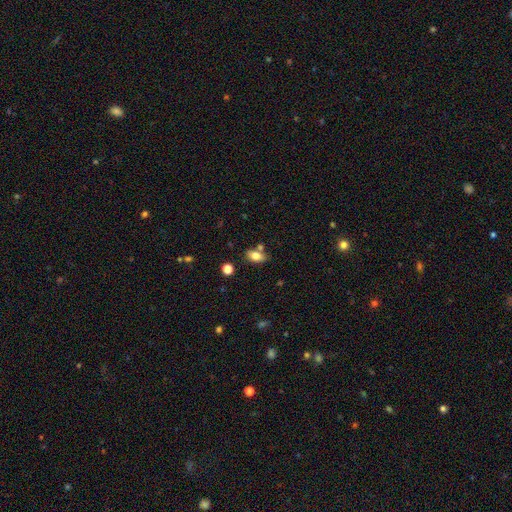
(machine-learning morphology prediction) smooth_or_featured: smooth (p=0.77) [alt: featured or disk p=0.14]
how_rounded: in between (p=0.86) [alt: round p=0.09]
merging: none (p=0.67) [alt: minor disturbance p=0.15]